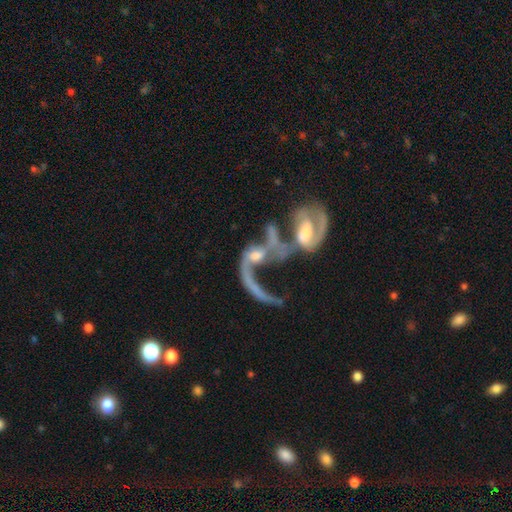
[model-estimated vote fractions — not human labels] A featured or disk galaxy (77%) with no bar (58%), 1 (49%) loose (80%) spiral arms (74%) and a moderate central bulge (45%).

Vote fractions:
- Smooth or featured? featured or disk: 77% / smooth: 14% / star or artifact: 9%
- Edge-on disk? no: 94% / yes: 6%
- Bar? no: 58% / weak: 29% / strong: 13%
- Spiral arms? yes: 74% / no: 26%
- Spiral winding? loose: 80% / medium: 14% / tight: 6%
- Spiral arm count? 1: 49% / 2: 36% / can't tell: 9% / 3: 2% / 4: 2% / more than 4: 2%
- Bulge size? moderate: 45% / small: 30% / none: 15% / large: 8% / dominant: 2%
- Merging? merger: 68% / major disturbance: 17% / none: 9% / minor disturbance: 5%